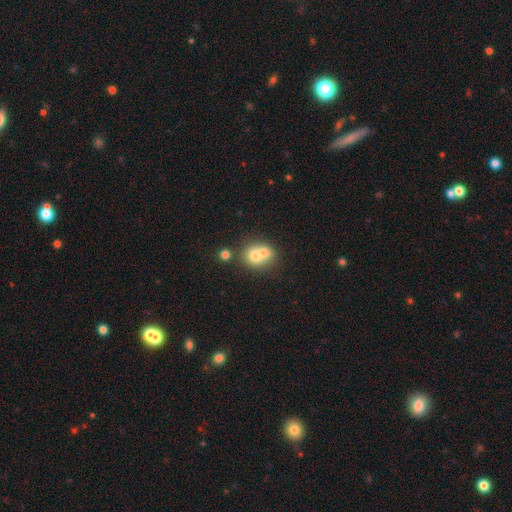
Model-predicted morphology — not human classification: Smooth or featured? smooth (67%)
How rounded? round (66%)
Merging? merger (67%)